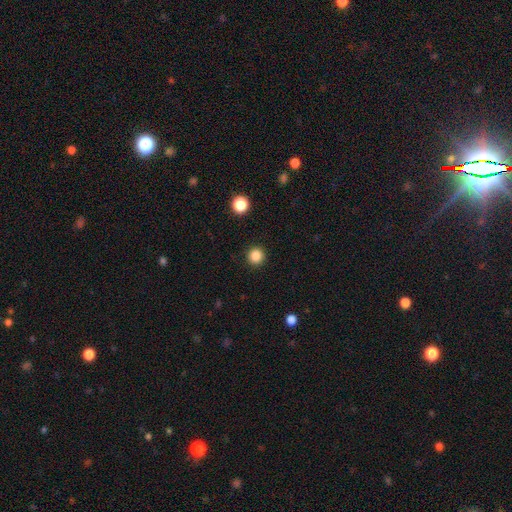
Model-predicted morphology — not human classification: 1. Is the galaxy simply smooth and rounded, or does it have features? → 86% smooth, 11% star or artifact, 3% featured or disk.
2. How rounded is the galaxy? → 94% round, 5% in between, 1% cigar-shaped.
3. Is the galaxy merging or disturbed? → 92% none, 5% minor disturbance, 2% major disturbance, 1% merger.